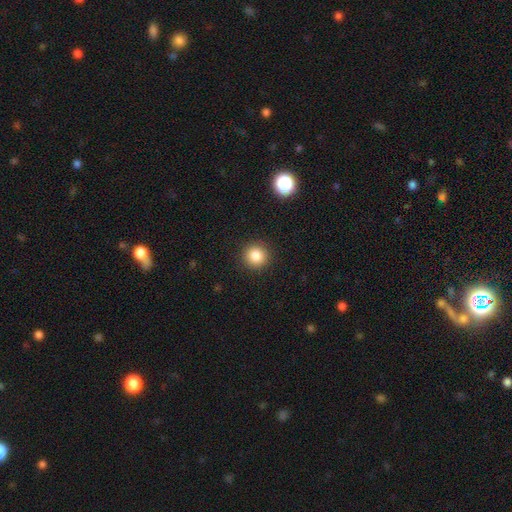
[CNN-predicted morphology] This appears to be a smooth galaxy with no disk features (85%) that is round (94%). Merging: none (91%).